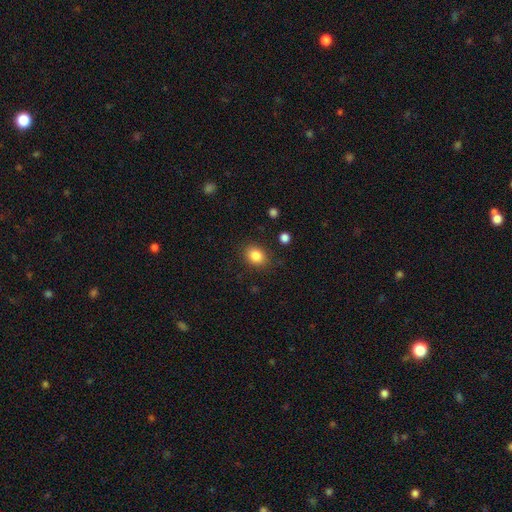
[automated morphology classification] This appears to be a smooth galaxy with no disk features (85%) that is round (50%). Merging: none (85%).